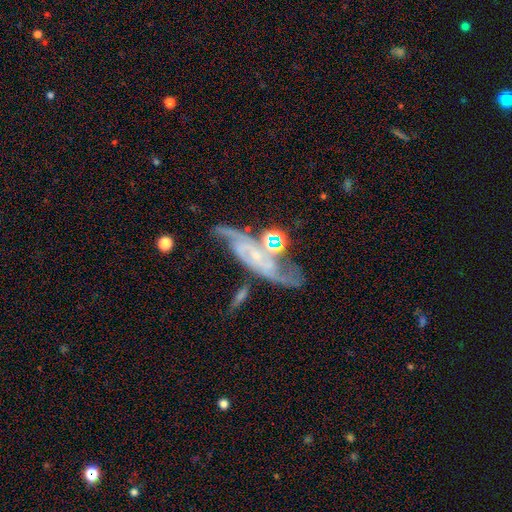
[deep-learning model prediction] A featured or disk galaxy (85%) with no bar (52%), 2 (80%) medium (44%) spiral arms (95%) and a small central bulge (72%). Merging: none (43%).